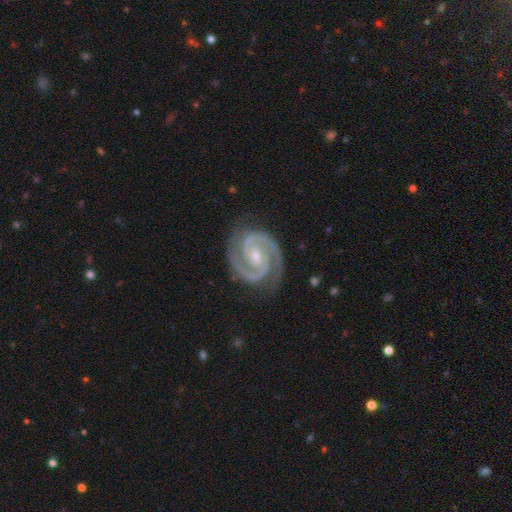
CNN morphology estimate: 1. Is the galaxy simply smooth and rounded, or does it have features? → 94% featured or disk, 4% star or artifact, 2% smooth.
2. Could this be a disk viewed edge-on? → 98% no, 2% yes.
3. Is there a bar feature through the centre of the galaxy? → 38% weak (tied), 38% no (tied), 23% strong.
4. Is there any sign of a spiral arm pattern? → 99% yes, 1% no.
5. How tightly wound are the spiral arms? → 64% tight, 33% medium, 3% loose.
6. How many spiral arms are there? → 93% 2, 2% 3, 1% can't tell, 1% 1, 1% 4, 1% more than 4.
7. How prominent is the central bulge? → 61% small, 35% moderate, 2% none, 1% large, 1% dominant.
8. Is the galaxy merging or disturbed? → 83% none, 13% minor disturbance, 3% major disturbance, 1% merger.